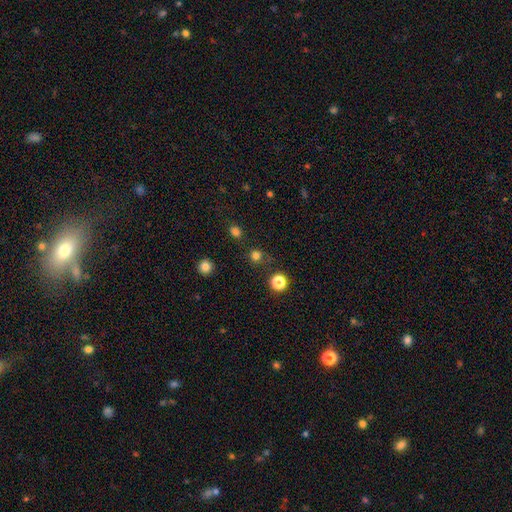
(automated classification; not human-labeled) Smooth or featured?
  - smooth: 75% *
  - star or artifact: 20%
  - featured or disk: 5%
How rounded?
  - round: 90% *
  - in between: 9%
  - cigar-shaped: 1%
Merging?
  - none: 80% *
  - minor disturbance: 11%
  - major disturbance: 5%
  - merger: 4%